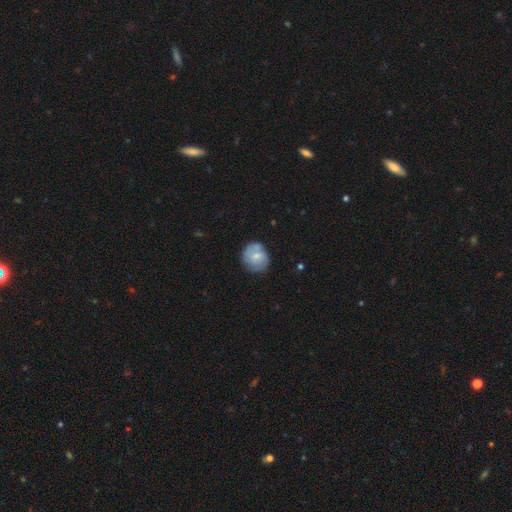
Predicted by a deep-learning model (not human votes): smooth_or_featured: smooth (p=0.60) [alt: featured or disk p=0.33]
how_rounded: round (p=0.79) [alt: in between p=0.20]
merging: none (p=0.64) [alt: minor disturbance p=0.23]